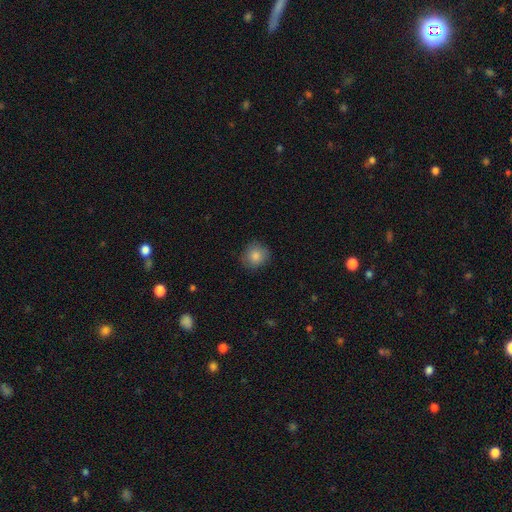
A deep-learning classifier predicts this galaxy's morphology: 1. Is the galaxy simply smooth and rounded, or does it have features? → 84% smooth, 9% star or artifact, 6% featured or disk.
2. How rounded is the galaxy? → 86% round, 13% in between, 1% cigar-shaped.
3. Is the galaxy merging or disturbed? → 85% none, 11% minor disturbance, 3% major disturbance, 1% merger.